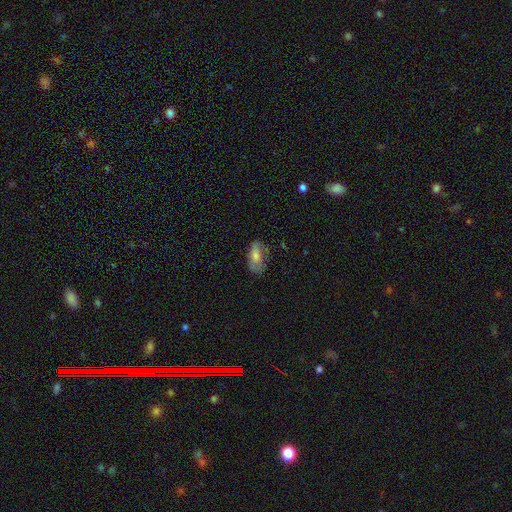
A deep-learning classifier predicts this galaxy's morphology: This appears to be a smooth galaxy with no disk features (66%) that is in between round and cigar-shaped (88%). Merging: none (57%).